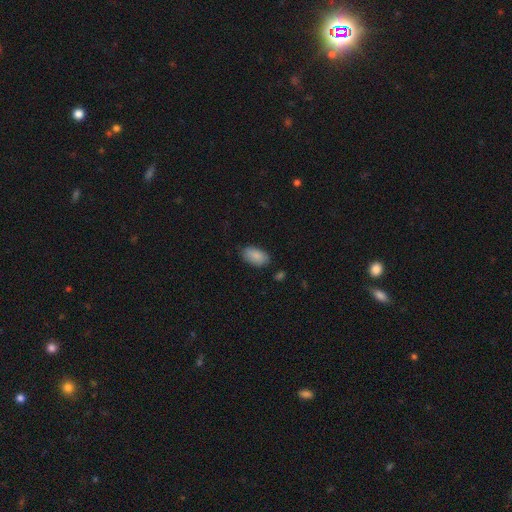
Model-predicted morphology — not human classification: Smooth or featured? Predicted: smooth (p=0.87). How rounded? Predicted: in between (p=0.94). Merging? Predicted: none (p=0.81).